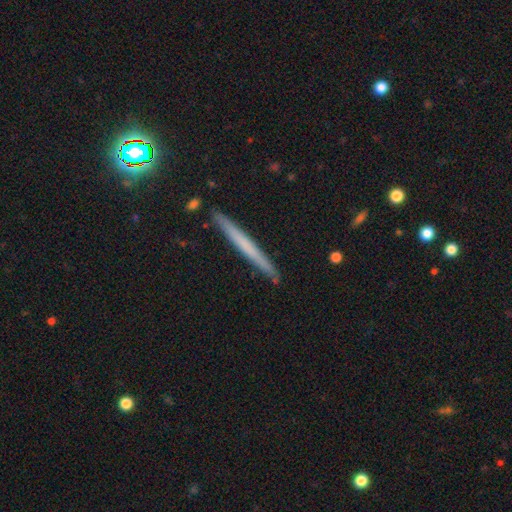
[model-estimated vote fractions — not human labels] smooth-or-featured: smooth: 53% | featured or disk: 42% | star or artifact: 5%
  how-rounded: cigar-shaped: 97% | in between: 2% | round: 1%
  merging: none: 89% | minor disturbance: 8% | merger: 2% | major disturbance: 1%